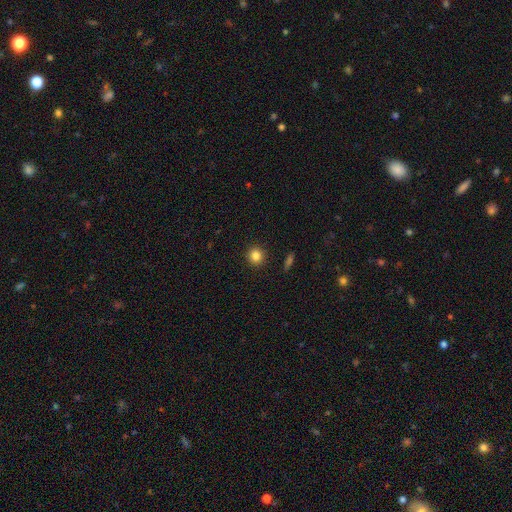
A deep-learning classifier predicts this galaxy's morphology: smooth 84%, star or artifact 11%, featured or disk 5%. Down the decision tree: how rounded — round (93%); merging — none (92%).